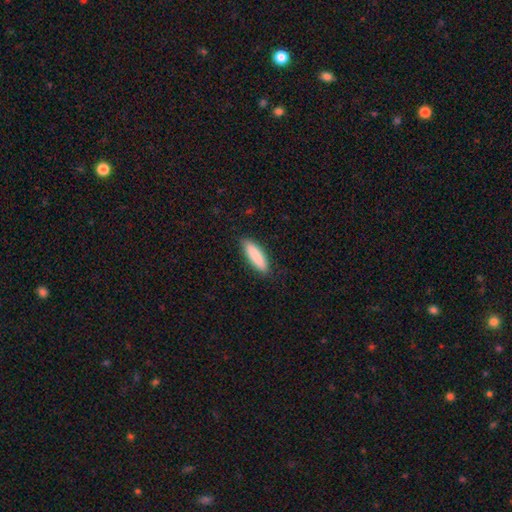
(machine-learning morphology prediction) smooth 88%, featured or disk 6%, star or artifact 5%. Down the decision tree: how rounded — cigar-shaped (52%); merging — none (86%).